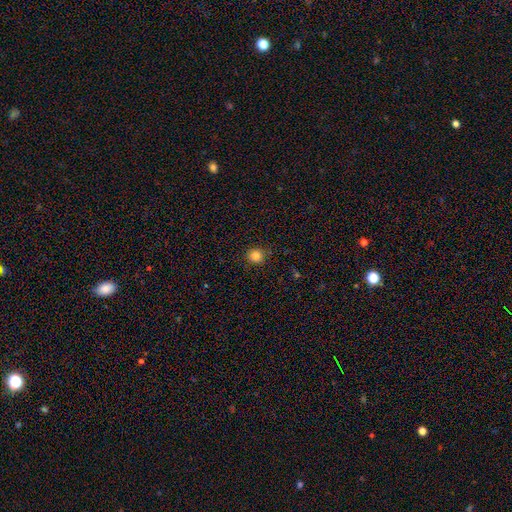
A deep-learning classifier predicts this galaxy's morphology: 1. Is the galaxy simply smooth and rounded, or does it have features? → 84% smooth, 12% star or artifact, 4% featured or disk.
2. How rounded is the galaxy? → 91% round, 8% in between, 1% cigar-shaped.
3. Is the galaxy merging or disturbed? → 86% none, 10% minor disturbance, 3% major disturbance, 2% merger.